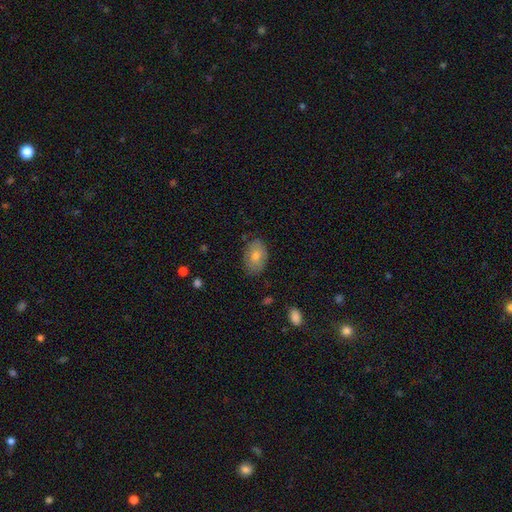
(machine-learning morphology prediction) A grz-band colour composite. It shows a smooth galaxy with no disk features (73%) that is in between round and cigar-shaped (86%). Merging: none (82%).